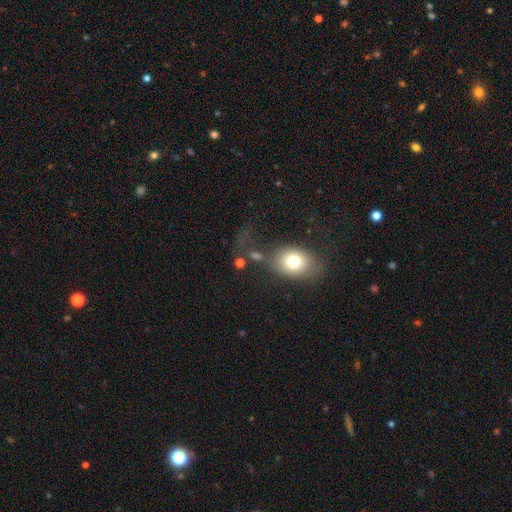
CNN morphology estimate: Q: Smooth or featured?
A: smooth (70%); runner-up: star or artifact (15%)
Q: How rounded?
A: in between (51%); runner-up: round (46%)
Q: Merging?
A: none (47%); runner-up: major disturbance (24%)